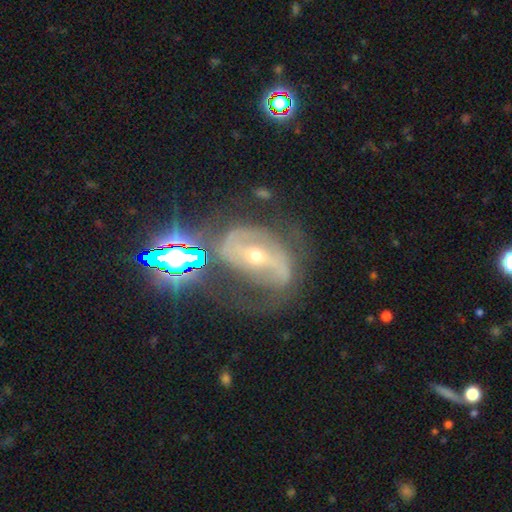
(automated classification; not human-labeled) This is likely a featured or disk galaxy (79%). It is clearly not viewed edge-on (95%). Bar: possibly strong (49%). Spiral arm pattern: clearly yes (88%). Spiral arm count: likely 2 (76%). Spiral winding: possibly medium (46%). Central bulge: possibly small (57%). Merging: possibly none (47%).